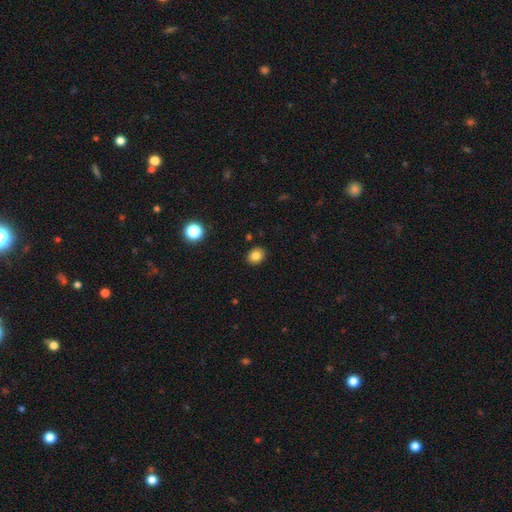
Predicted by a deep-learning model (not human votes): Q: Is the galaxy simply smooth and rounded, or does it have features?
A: smooth — 82%.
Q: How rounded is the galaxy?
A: round — 56%.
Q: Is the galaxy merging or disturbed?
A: none — 90%.